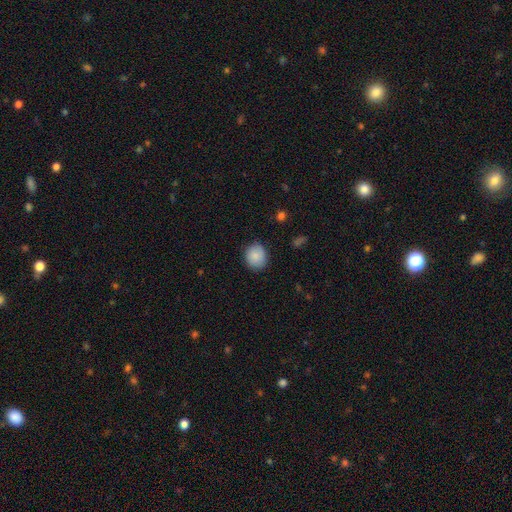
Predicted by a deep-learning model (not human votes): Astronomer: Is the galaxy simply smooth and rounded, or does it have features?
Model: smooth — 87%.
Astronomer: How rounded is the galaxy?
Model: round — 79%.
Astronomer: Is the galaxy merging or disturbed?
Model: none — 86%.